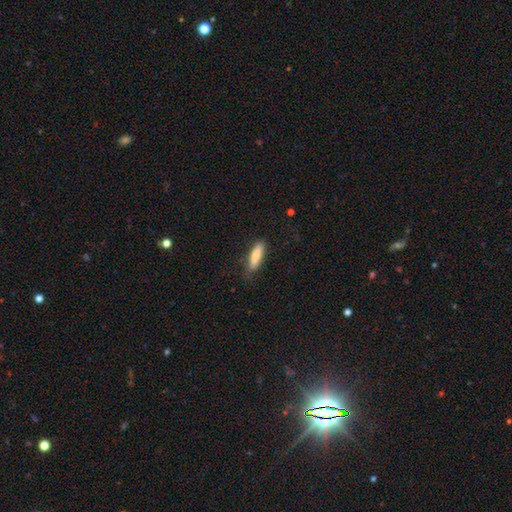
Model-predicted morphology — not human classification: Smooth or featured? Predicted: smooth (p=0.76). How rounded? Predicted: cigar-shaped (p=0.61). Merging? Predicted: none (p=0.79).